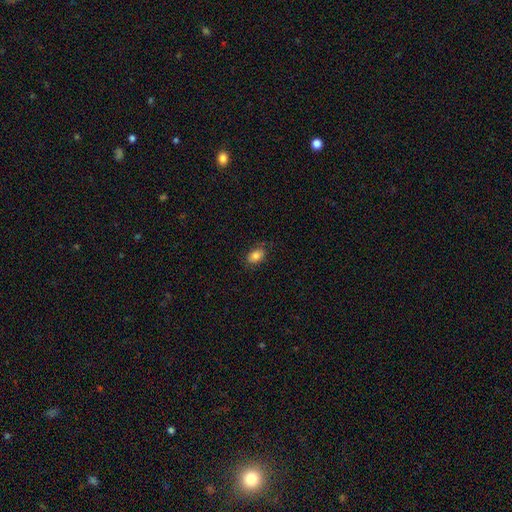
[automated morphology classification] Smooth or featured? smooth (82%)
How rounded? in between (87%)
Merging? none (81%)